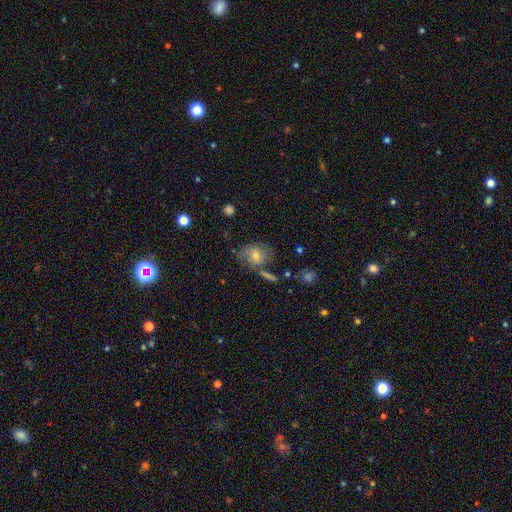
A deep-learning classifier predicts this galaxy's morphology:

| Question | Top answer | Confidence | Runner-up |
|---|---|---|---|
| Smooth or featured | smooth | 60% | featured or disk (28%) |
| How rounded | round | 55% | in between (43%) |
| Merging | none | 55% | minor disturbance (22%) |